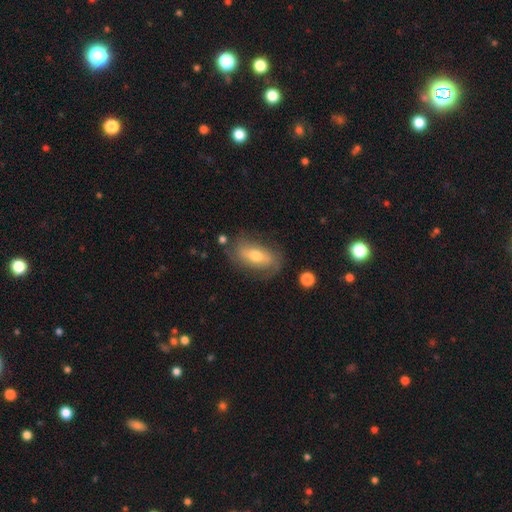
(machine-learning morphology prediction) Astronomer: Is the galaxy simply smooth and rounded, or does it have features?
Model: featured or disk — 55% (runner-up: smooth, 38%).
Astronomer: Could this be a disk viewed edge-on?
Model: no — 86%.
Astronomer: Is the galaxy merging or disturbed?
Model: none — 68%.